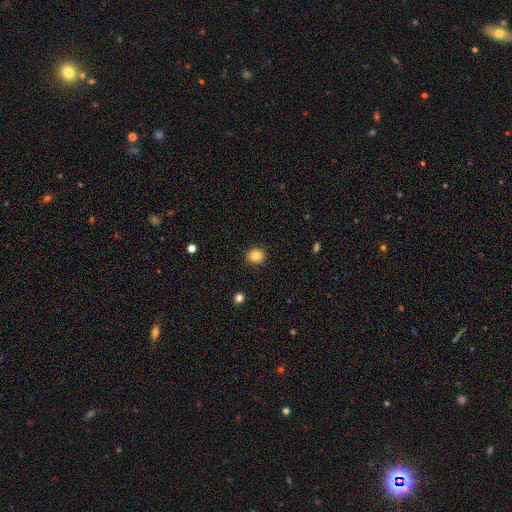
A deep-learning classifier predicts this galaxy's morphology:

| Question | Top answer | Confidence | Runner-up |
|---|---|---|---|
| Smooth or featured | smooth | 86% | star or artifact (10%) |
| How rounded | round | 76% | in between (23%) |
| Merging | none | 89% | minor disturbance (7%) |